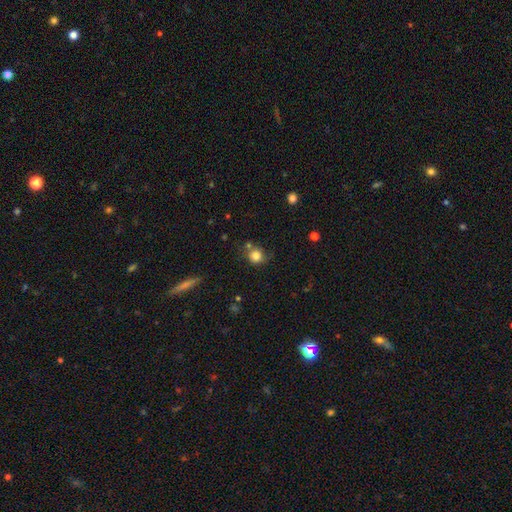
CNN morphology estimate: A smooth galaxy with no disk features (81%) that is round (86%). Merging: none (62%).